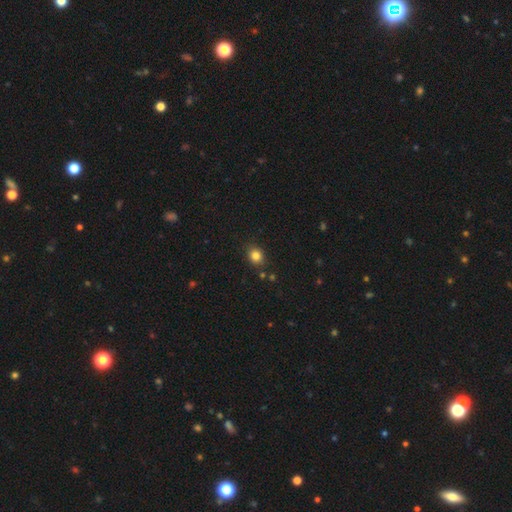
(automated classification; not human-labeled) Smooth or featured? Predicted: smooth (p=0.83). How rounded? Predicted: round (p=0.65). Merging? Predicted: none (p=0.83).